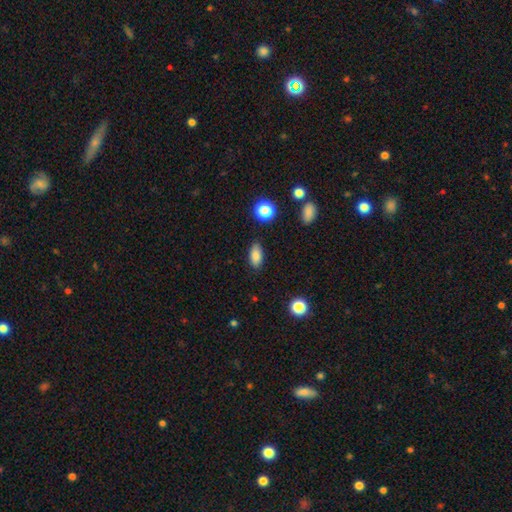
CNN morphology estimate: smooth-or-featured: smooth: 85% | star or artifact: 9% | featured or disk: 6%
  how-rounded: in between: 88% | cigar-shaped: 7% | round: 5%
  merging: none: 85% | minor disturbance: 11% | major disturbance: 3% | merger: 2%